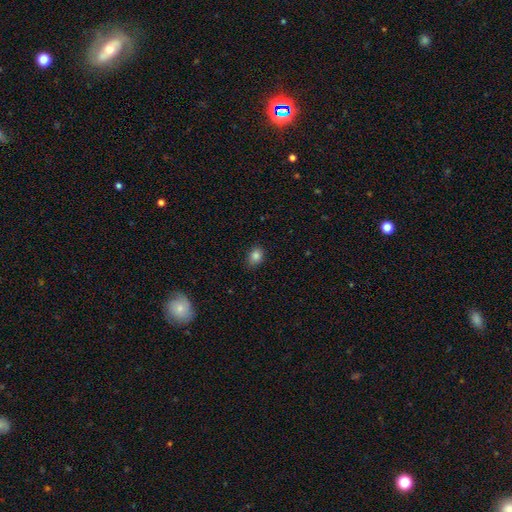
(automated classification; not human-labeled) smooth_or_featured: smooth (p=0.83) [alt: star or artifact p=0.11]
how_rounded: in between (p=0.61) [alt: round p=0.37]
merging: none (p=0.84) [alt: minor disturbance p=0.13]